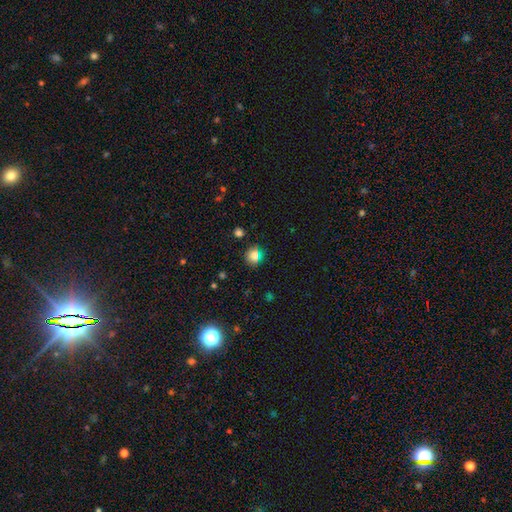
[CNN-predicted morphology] type=smooth (73%); roundness=round (85%); merging=none (85%).